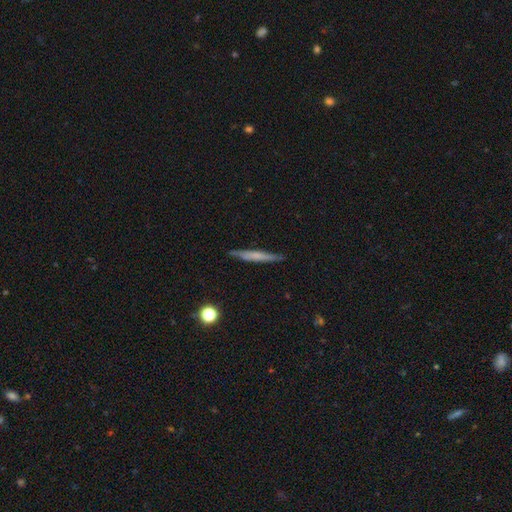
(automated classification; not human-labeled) The model was most divided on "smooth or featured": smooth: 51%, featured or disk: 42%, star or artifact: 7%. More confident: how rounded — cigar-shaped (95%); merging — none (87%).